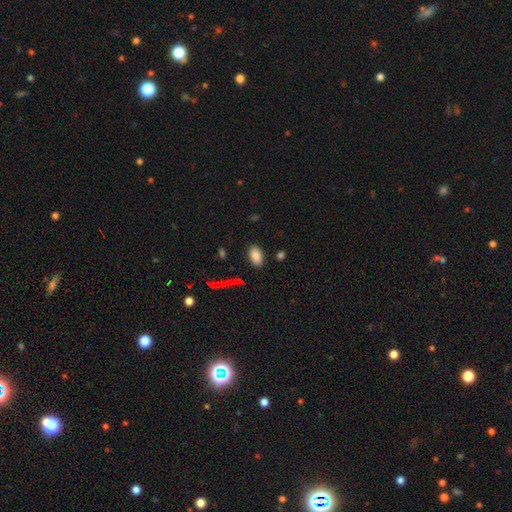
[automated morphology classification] Smooth or featured? Predicted: smooth (p=0.86). How rounded? Predicted: in between (p=0.93). Merging? Predicted: none (p=0.86).